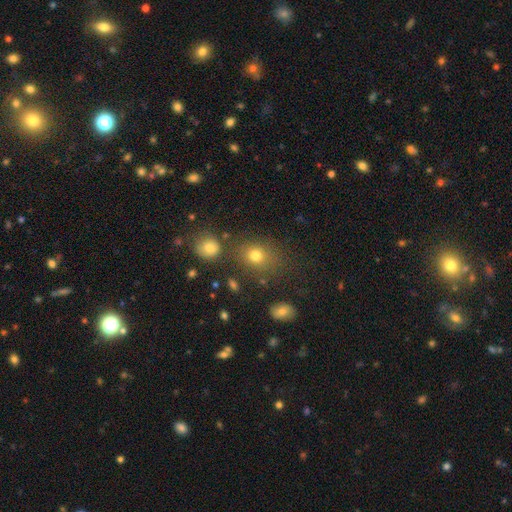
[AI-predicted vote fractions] A smooth galaxy with no disk features (75%) that is round (61%). Merging: none (72%).